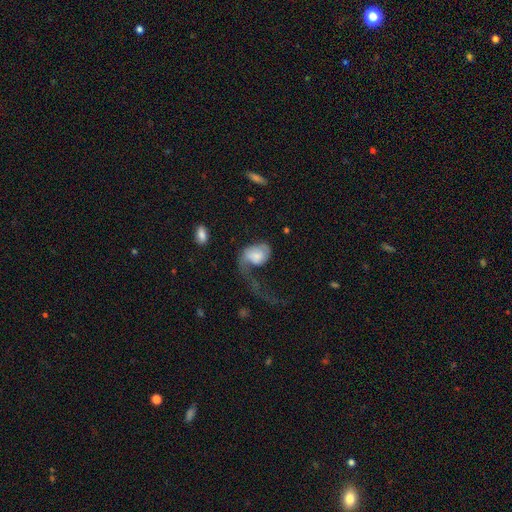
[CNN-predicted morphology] smooth_or_featured: smooth (p=0.52) [alt: featured or disk p=0.41]
how_rounded: in between (p=0.71) [alt: round p=0.28]
merging: major disturbance (p=0.67) [alt: none p=0.15]